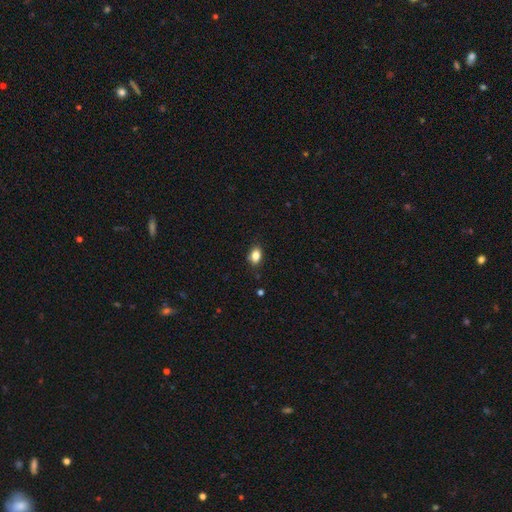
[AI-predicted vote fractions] smooth 84%, star or artifact 9%, featured or disk 6%. Down the decision tree: how rounded — in between (82%); merging — none (82%).